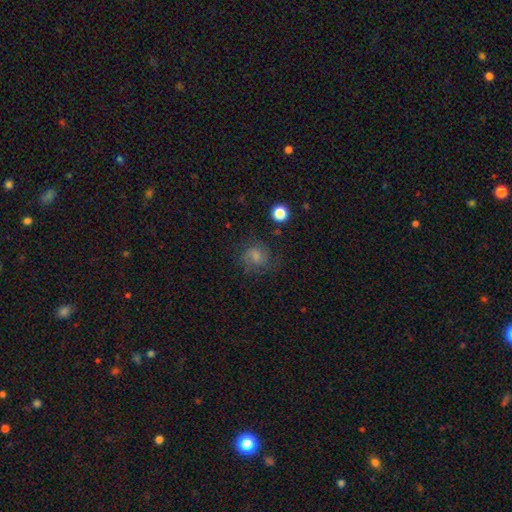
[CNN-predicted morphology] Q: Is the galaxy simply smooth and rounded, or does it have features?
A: featured or disk — 48%.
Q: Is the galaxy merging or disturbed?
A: none — 74%.